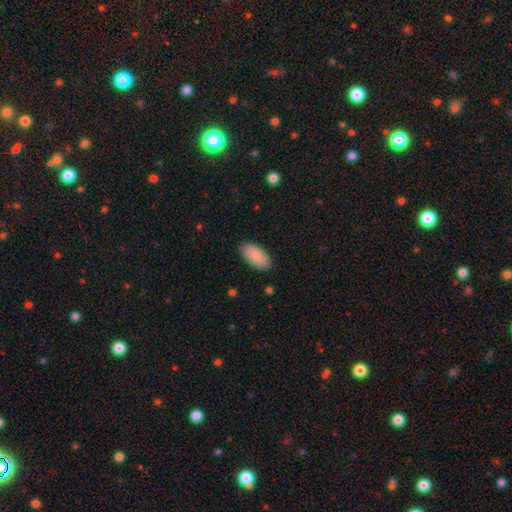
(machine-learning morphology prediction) Smooth or featured? smooth (89%)
How rounded? in between (94%)
Merging? none (87%)